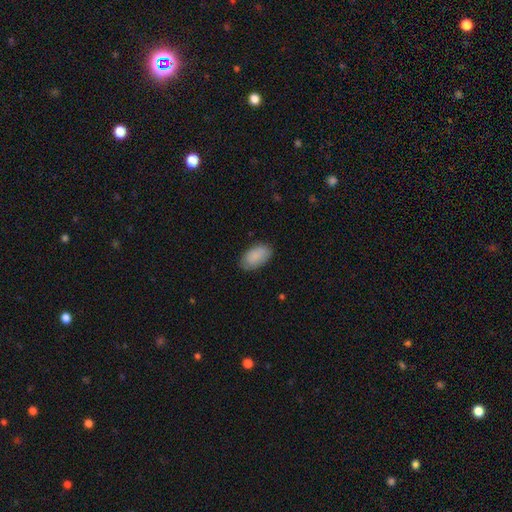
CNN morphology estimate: smooth_or_featured: smooth (p=0.88) [alt: star or artifact p=0.06]
how_rounded: in between (p=0.95) [alt: round p=0.04]
merging: none (p=0.82) [alt: minor disturbance p=0.14]